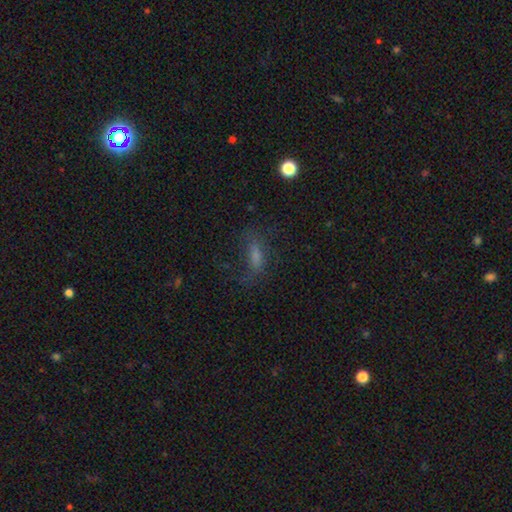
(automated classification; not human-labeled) Smooth or featured? smooth (55%)
How rounded? in between (55%)
Merging? none (57%)